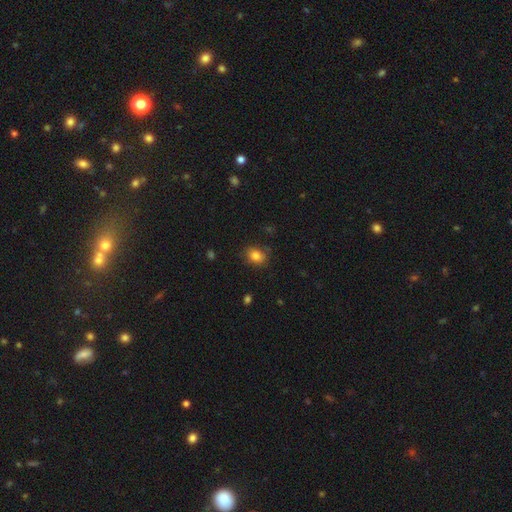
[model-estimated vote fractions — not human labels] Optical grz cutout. It shows a smooth galaxy with no disk features (83%) that is in between round and cigar-shaped (58%). Merging: none (80%).